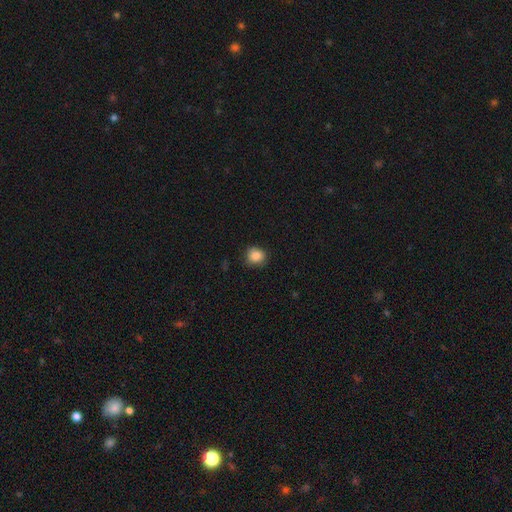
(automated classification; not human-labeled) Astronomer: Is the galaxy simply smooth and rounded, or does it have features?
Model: smooth — 87%.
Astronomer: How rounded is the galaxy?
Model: round — 80%.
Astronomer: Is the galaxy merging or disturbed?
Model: none — 80%.